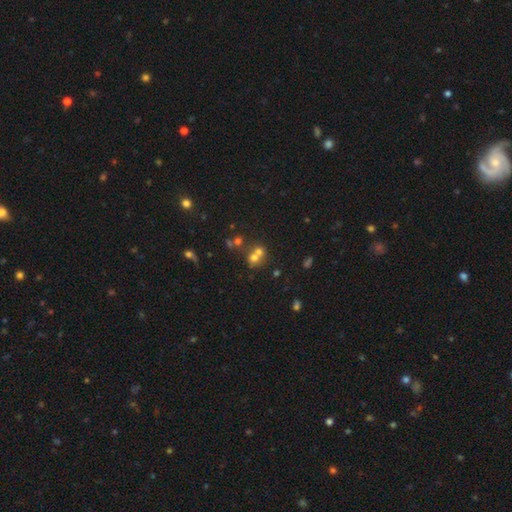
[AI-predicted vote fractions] Q: Smooth or featured?
A: smooth (59%); runner-up: featured or disk (21%)
Q: How rounded?
A: round (76%); runner-up: in between (22%)
Q: Merging?
A: merger (57%); runner-up: none (33%)